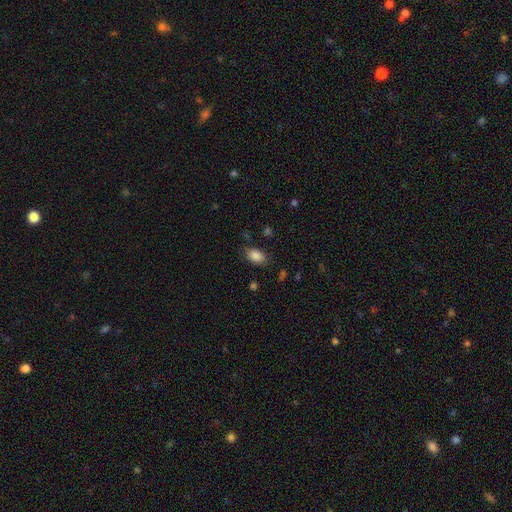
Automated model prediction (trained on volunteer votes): smooth_or_featured: smooth (p=0.86) [alt: star or artifact p=0.09]
how_rounded: in between (p=0.85) [alt: round p=0.13]
merging: none (p=0.80) [alt: minor disturbance p=0.14]